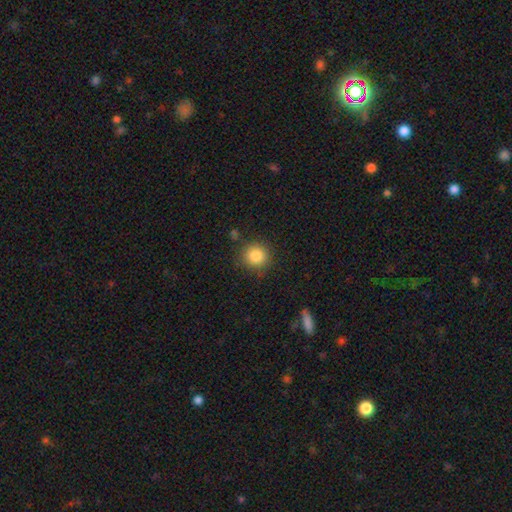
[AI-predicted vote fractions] Smooth or featured? Predicted: smooth (p=0.85). How rounded? Predicted: round (p=0.91). Merging? Predicted: none (p=0.85).